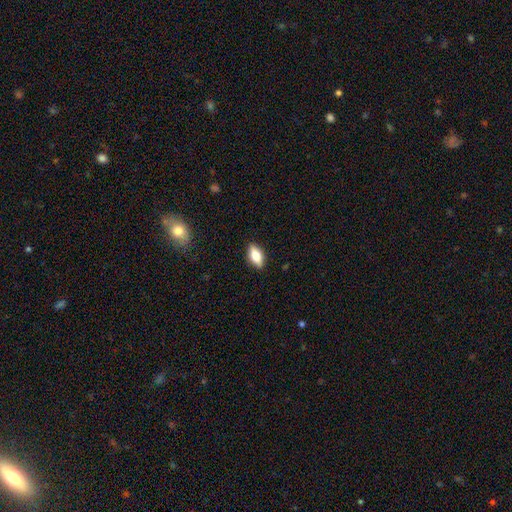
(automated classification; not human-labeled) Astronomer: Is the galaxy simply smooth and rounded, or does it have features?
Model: smooth — 68%.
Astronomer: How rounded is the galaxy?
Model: in between — 82%.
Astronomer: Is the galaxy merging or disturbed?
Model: none — 87%.